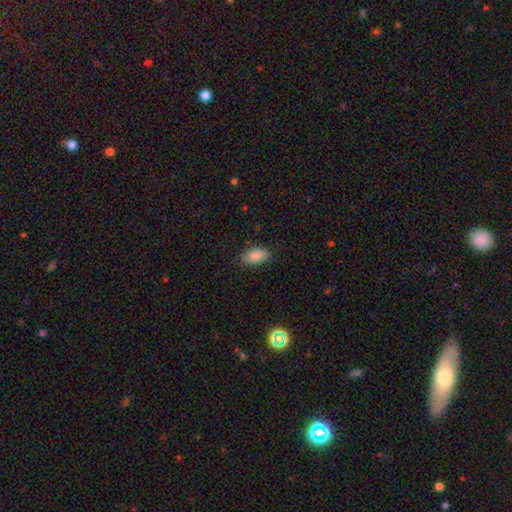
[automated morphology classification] Smooth or featured: smooth — 88% (star or artifact — 7%)
How rounded: in between — 93% (cigar-shaped — 4%)
Merging: none — 84% (minor disturbance — 12%)